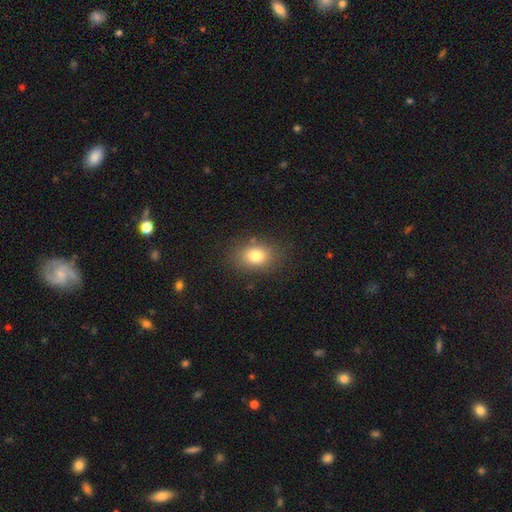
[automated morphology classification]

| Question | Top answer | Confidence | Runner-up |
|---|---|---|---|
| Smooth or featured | smooth | 80% | star or artifact (11%) |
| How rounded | in between | 66% | round (32%) |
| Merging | none | 83% | minor disturbance (11%) |